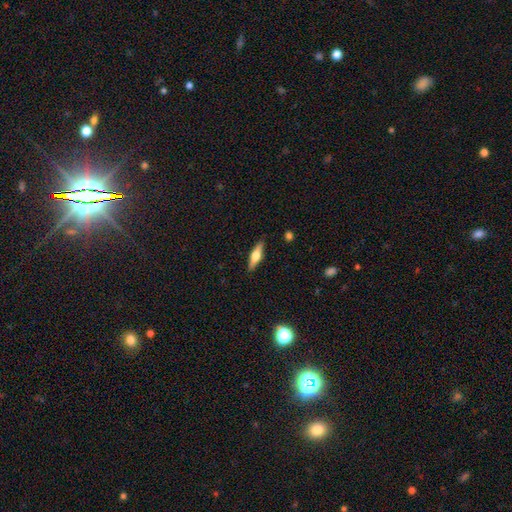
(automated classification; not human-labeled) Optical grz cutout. It shows a featured or disk galaxy (54%) viewed edge-on (94%) with a rounded central bulge (93%). Merging: none (88%).